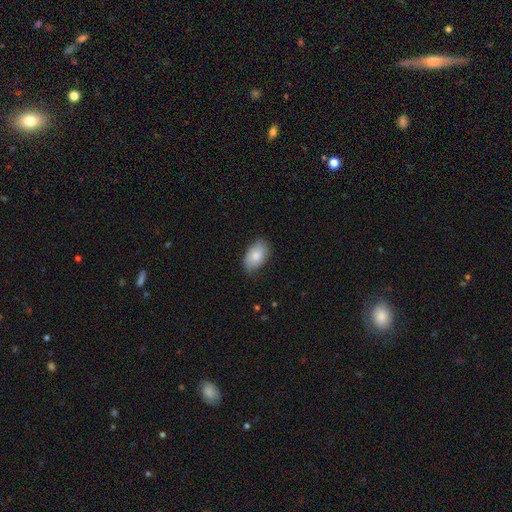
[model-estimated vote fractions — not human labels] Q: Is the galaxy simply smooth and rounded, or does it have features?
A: smooth — 79%.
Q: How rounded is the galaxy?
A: in between — 91%.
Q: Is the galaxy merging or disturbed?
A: none — 68%.